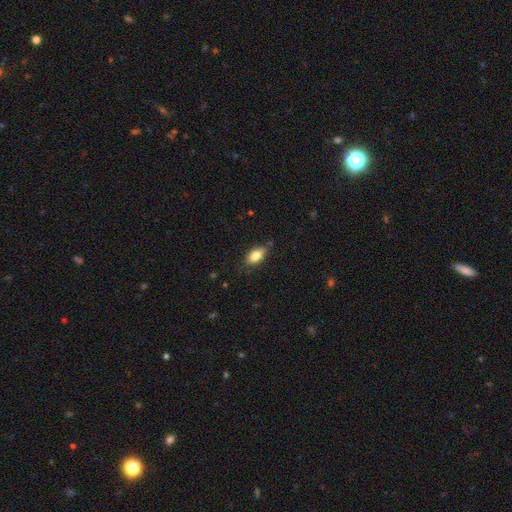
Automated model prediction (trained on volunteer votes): Morphology: type=smooth (80%); roundness=in between (88%); merging=none (79%).